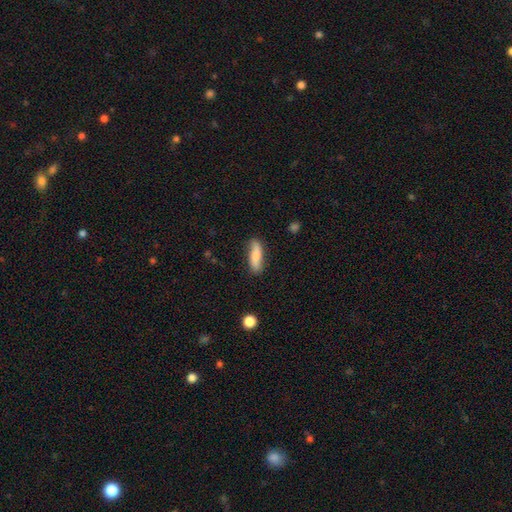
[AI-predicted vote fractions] The model was most divided on "how rounded": cigar-shaped: 54%, in between: 43%, round: 2%. More confident: merging — none (77%); smooth or featured — smooth (77%).